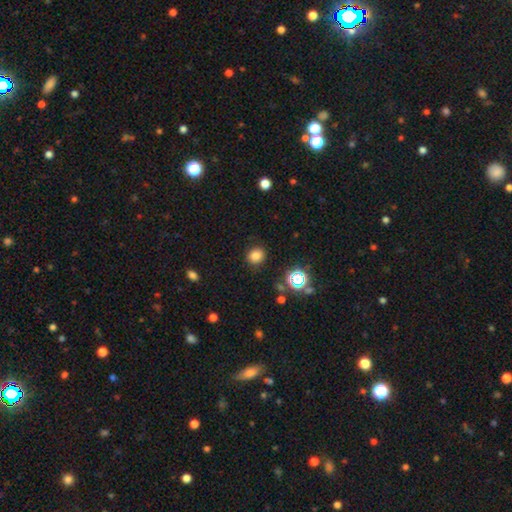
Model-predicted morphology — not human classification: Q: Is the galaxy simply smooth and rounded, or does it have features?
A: smooth — 77%.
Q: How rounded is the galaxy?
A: round — 77%.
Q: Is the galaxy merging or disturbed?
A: none — 88%.